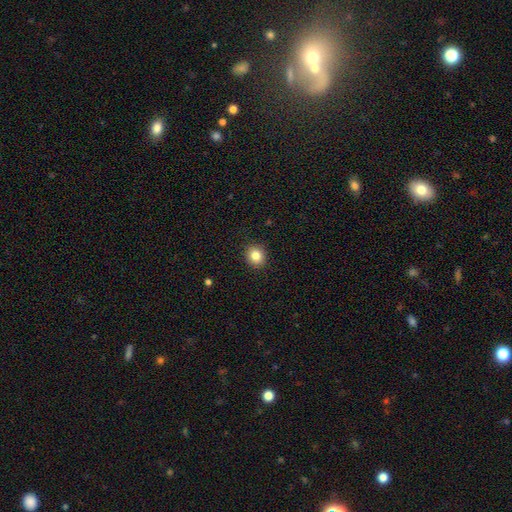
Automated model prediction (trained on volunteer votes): smooth-or-featured: smooth: 83% | star or artifact: 10% | featured or disk: 6%
  how-rounded: round: 80% | in between: 19% | cigar-shaped: 1%
  merging: none: 91% | minor disturbance: 6% | major disturbance: 2% | merger: 1%